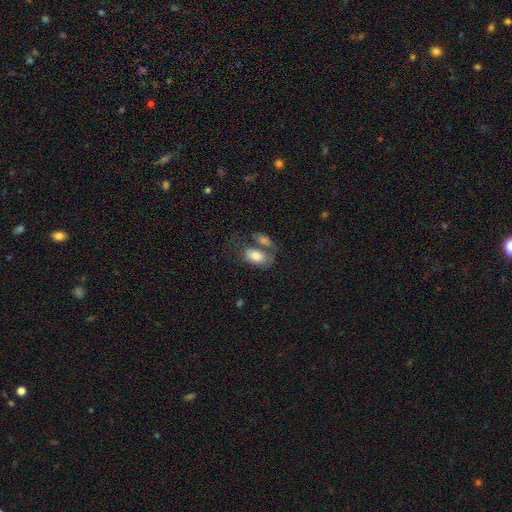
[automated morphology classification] smooth 78%, featured or disk 15%, star or artifact 7%. Down the decision tree: how rounded — in between (92%); merging — merger (43%).